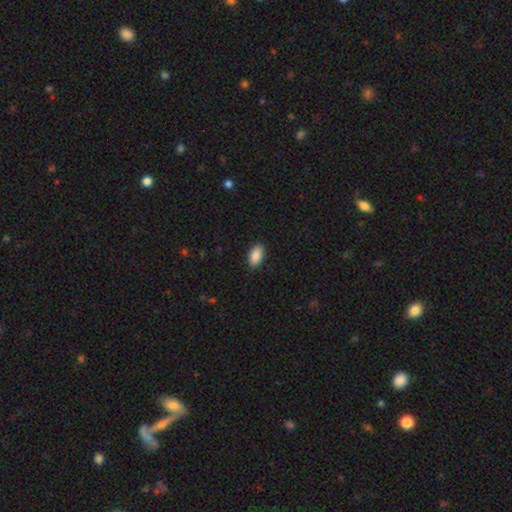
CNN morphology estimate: Q: Smooth or featured?
A: smooth (89%); runner-up: star or artifact (7%)
Q: How rounded?
A: in between (94%); runner-up: round (4%)
Q: Merging?
A: none (89%); runner-up: minor disturbance (8%)